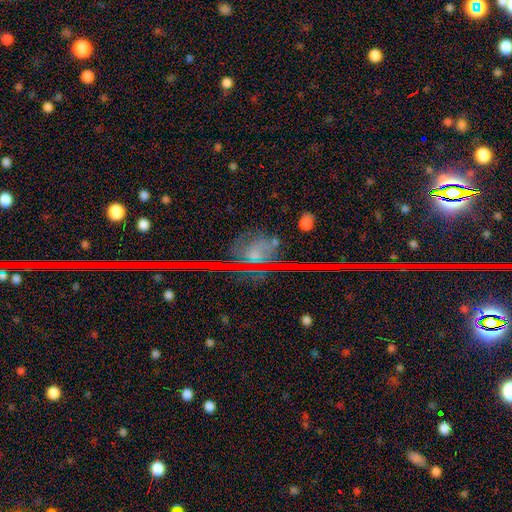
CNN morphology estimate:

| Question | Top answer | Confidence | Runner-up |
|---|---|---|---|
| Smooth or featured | star or artifact | 56% | smooth (26%) |